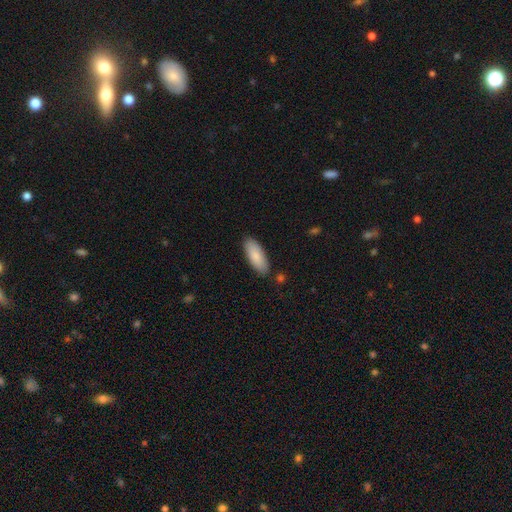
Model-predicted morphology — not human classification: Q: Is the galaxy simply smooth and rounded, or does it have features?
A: smooth — 85%.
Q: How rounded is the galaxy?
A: in between — 75%.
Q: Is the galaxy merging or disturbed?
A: none — 85%.